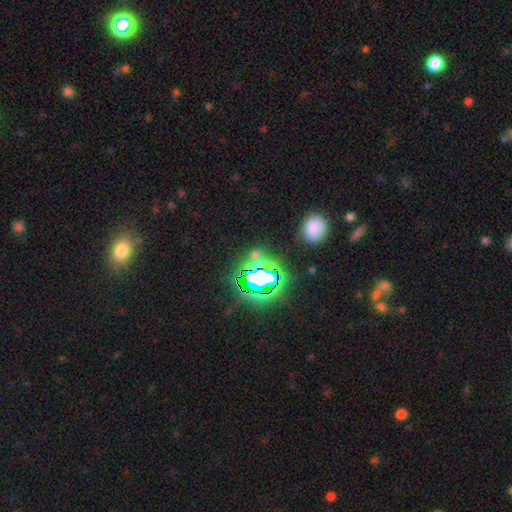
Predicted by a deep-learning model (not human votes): Smooth or featured? star or artifact (67%)